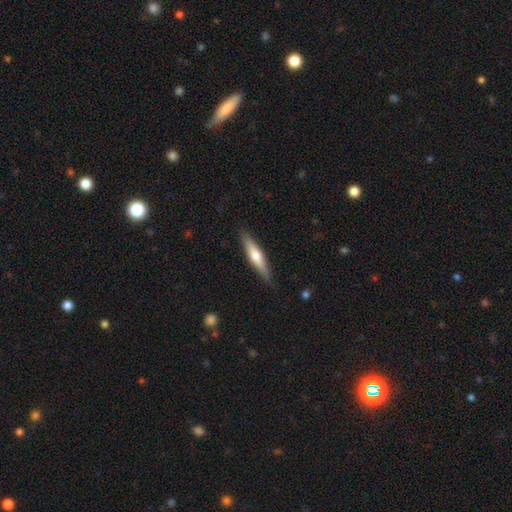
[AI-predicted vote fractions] Q: Smooth or featured?
A: smooth (49%); runner-up: featured or disk (45%)
Q: Merging?
A: none (88%); runner-up: minor disturbance (9%)